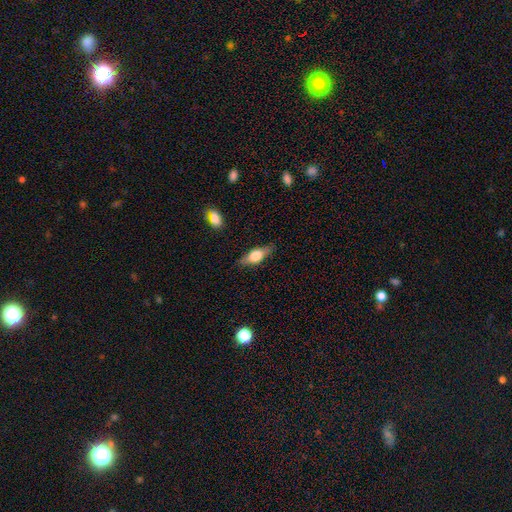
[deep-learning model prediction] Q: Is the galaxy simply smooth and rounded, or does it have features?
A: smooth — 61%.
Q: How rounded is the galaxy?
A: in between — 70%.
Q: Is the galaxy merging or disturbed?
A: none — 79%.